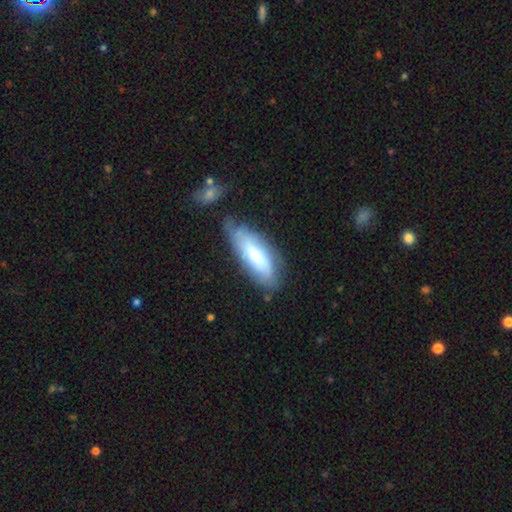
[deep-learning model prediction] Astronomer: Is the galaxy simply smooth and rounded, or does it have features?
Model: smooth — 55% (runner-up: featured or disk, 38%).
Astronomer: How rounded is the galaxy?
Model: in between — 62%.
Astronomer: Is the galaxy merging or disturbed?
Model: none — 58%.